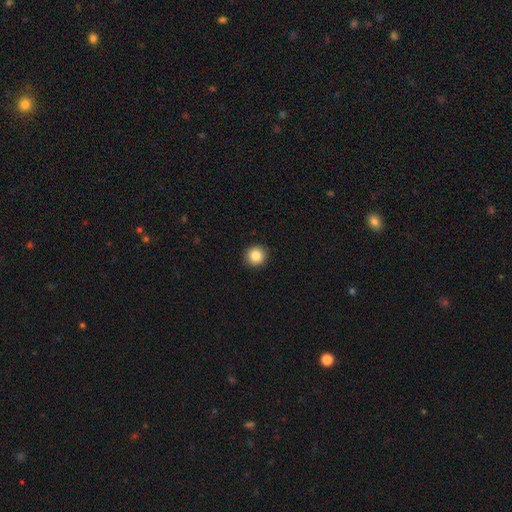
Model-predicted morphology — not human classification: The model was most divided on "smooth or featured": smooth: 85%, star or artifact: 10%, featured or disk: 5%. More confident: how rounded — round (95%); merging — none (92%).